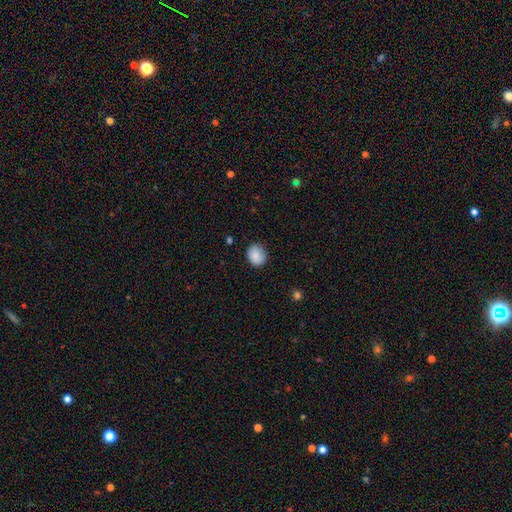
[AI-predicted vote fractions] The model was most divided on "how rounded": round: 67%, in between: 32%, cigar-shaped: 1%. More confident: smooth or featured — smooth (86%); merging — none (83%).